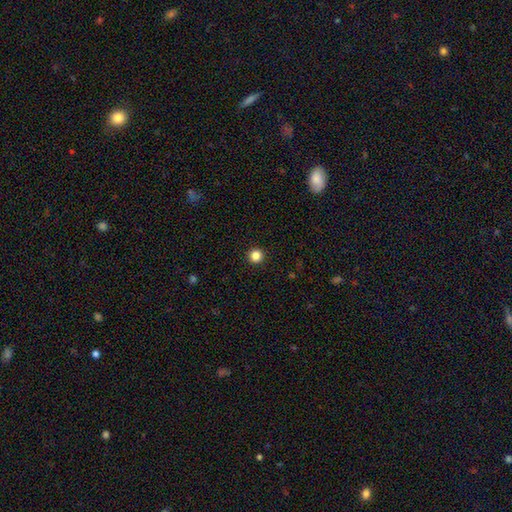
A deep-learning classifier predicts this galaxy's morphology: The model was most divided on "smooth or featured": smooth: 85%, star or artifact: 12%, featured or disk: 4%. More confident: how rounded — round (96%); merging — none (94%).